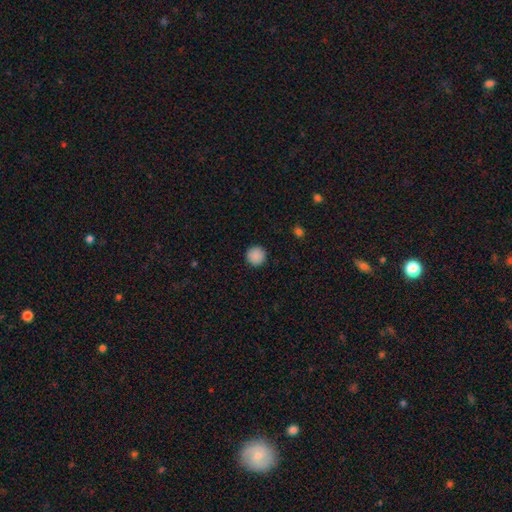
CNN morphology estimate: type=smooth (89%); roundness=round (96%); merging=none (93%).